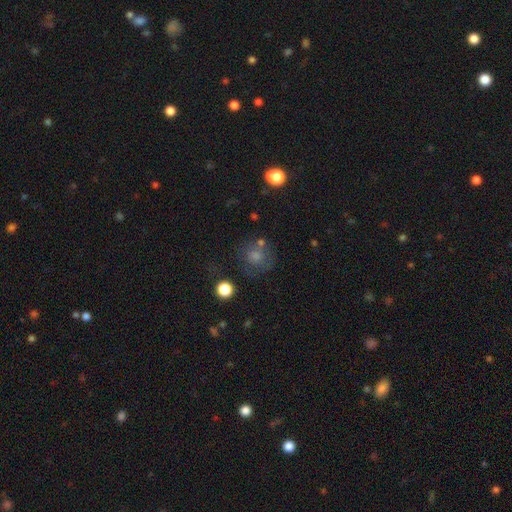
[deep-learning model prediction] Morphology: type=smooth (50%); roundness=round (83%); merging=none (63%).